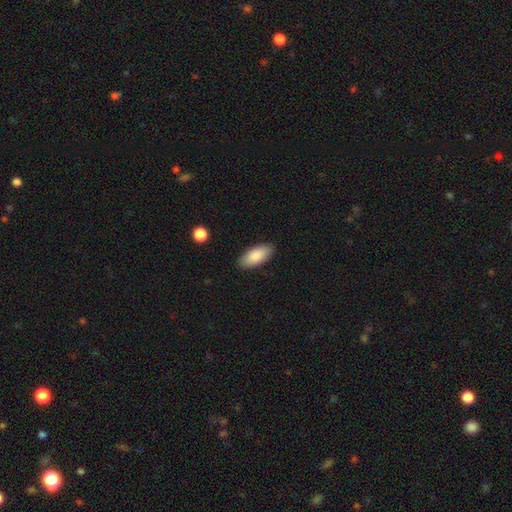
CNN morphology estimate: A smooth galaxy with no disk features (87%) that is in between round and cigar-shaped (88%).

Vote fractions:
- Smooth or featured? smooth: 87% / featured or disk: 7% / star or artifact: 6%
- How rounded? in between: 88% / cigar-shaped: 10% / round: 2%
- Merging? none: 88% / minor disturbance: 9% / major disturbance: 2% / merger: 1%